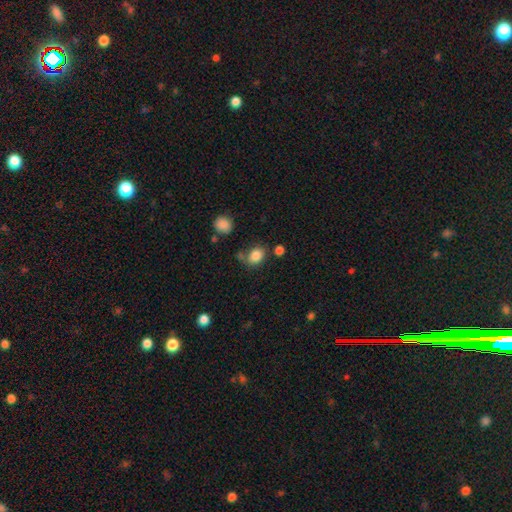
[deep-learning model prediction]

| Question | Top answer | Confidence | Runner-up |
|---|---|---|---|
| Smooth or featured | smooth | 83% | star or artifact (11%) |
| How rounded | in between | 52% | round (47%) |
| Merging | none | 67% | minor disturbance (15%) |